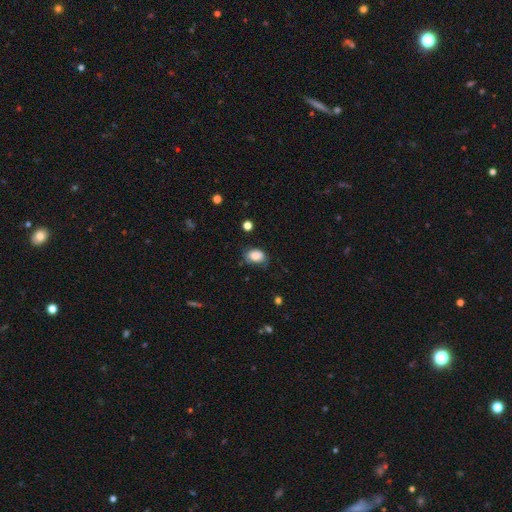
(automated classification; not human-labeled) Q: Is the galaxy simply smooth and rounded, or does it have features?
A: smooth — 83%.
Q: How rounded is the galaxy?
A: in between — 79%.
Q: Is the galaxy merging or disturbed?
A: none — 60%.